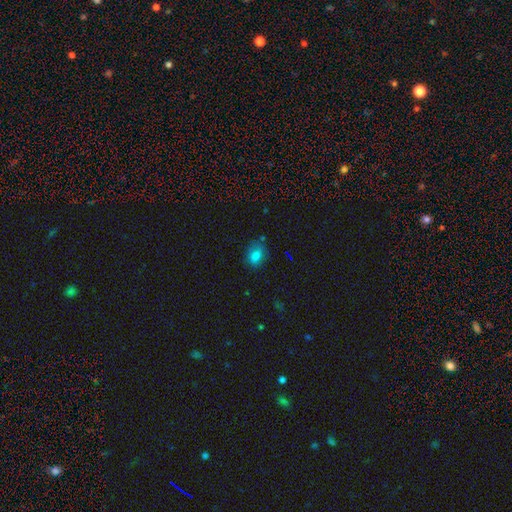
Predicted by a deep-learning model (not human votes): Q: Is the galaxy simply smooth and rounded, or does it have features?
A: smooth — 79%.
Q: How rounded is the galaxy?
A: in between — 66%.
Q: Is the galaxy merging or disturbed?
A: none — 71%.